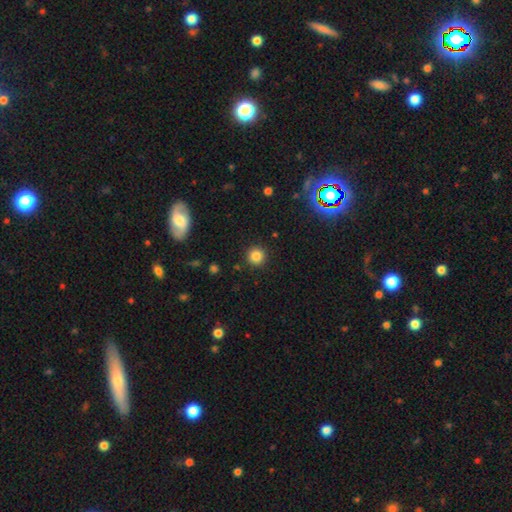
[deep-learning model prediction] Overall: smooth (84%). How rounded: round (95%). Merging: none (91%).